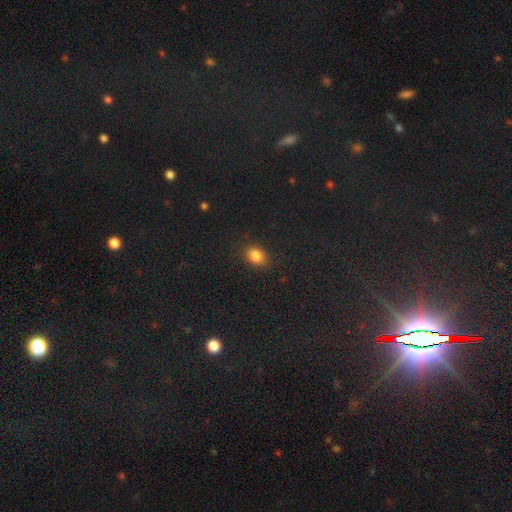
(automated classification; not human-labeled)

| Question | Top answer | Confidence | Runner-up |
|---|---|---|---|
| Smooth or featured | smooth | 84% | star or artifact (12%) |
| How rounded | in between | 58% | round (41%) |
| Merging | none | 86% | minor disturbance (10%) |